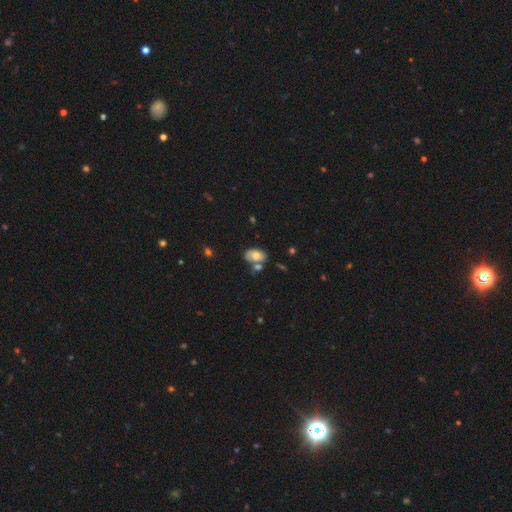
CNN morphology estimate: Smooth or featured? Predicted: smooth (p=0.73). How rounded? Predicted: in between (p=0.91). Merging? Predicted: none (p=0.50).